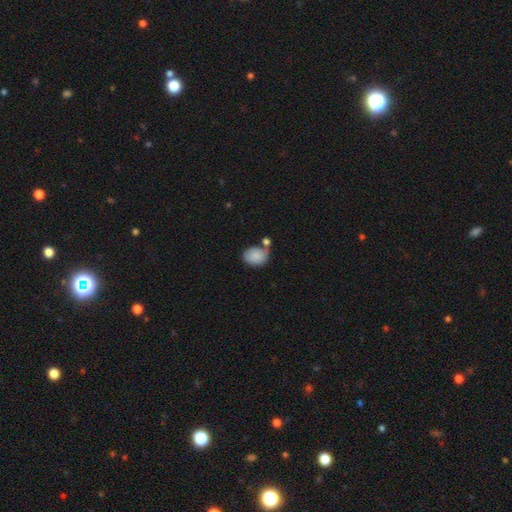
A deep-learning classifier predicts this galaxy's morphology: Q: Smooth or featured?
A: smooth (86%); runner-up: star or artifact (7%)
Q: How rounded?
A: in between (60%); runner-up: round (39%)
Q: Merging?
A: none (50%); runner-up: merger (25%)